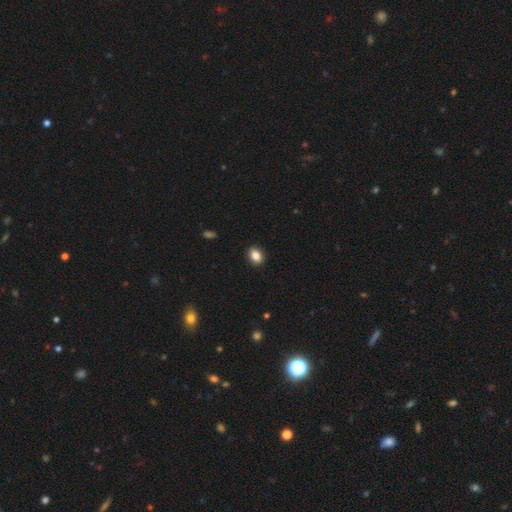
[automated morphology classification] This is clearly a smooth galaxy (85%). How rounded: likely in between (69%). Merging: clearly none (90%).